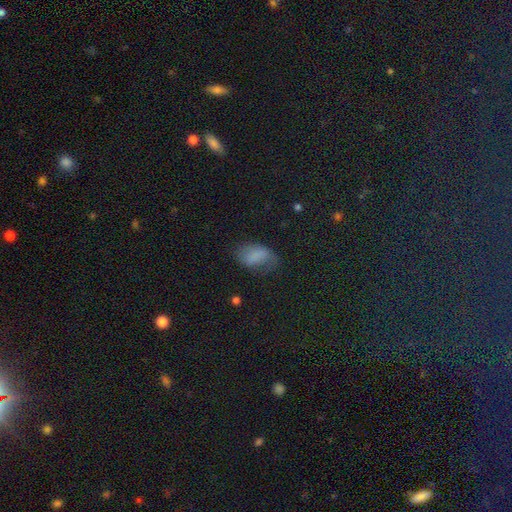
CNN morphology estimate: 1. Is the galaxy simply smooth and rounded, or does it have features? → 70% smooth, 17% featured or disk, 13% star or artifact.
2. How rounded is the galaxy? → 90% in between, 7% round, 2% cigar-shaped.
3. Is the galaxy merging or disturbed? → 47% none, 31% minor disturbance, 20% major disturbance, 2% merger.